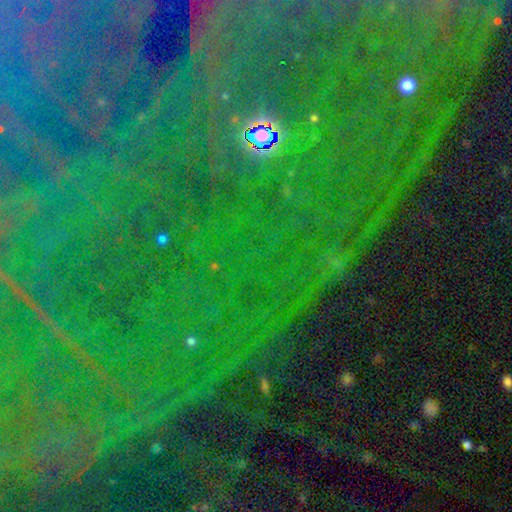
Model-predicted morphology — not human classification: Smooth or featured?
  - star or artifact: 83% *
  - featured or disk: 9%
  - smooth: 7%